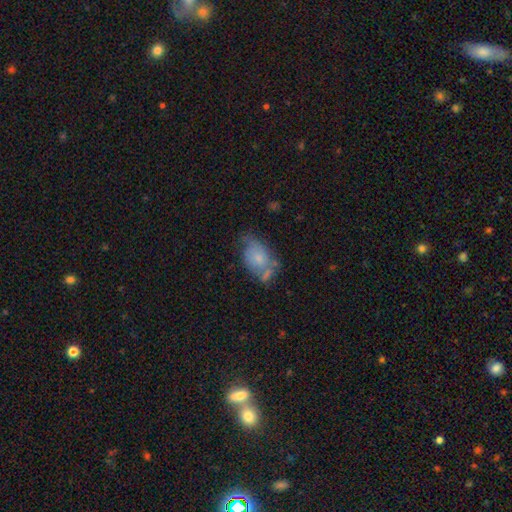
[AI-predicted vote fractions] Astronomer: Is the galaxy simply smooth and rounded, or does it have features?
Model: smooth — 45% (runner-up: featured or disk, 43%).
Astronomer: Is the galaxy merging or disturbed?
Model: none — 48% (runner-up: minor disturbance, 29%).